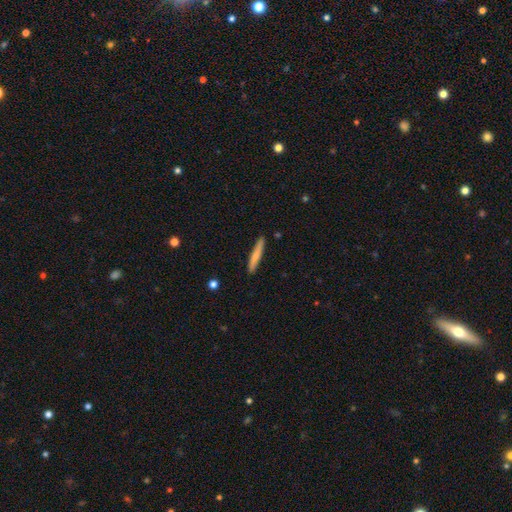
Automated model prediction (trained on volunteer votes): Q: Smooth or featured?
A: smooth (66%); runner-up: featured or disk (28%)
Q: How rounded?
A: cigar-shaped (94%); runner-up: in between (5%)
Q: Merging?
A: none (88%); runner-up: minor disturbance (9%)